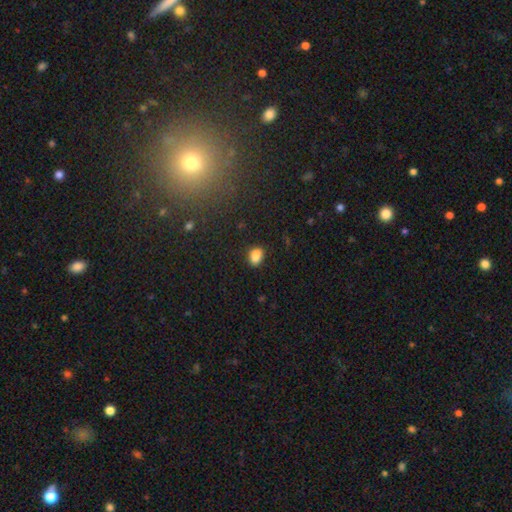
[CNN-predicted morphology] smooth 86%, star or artifact 10%, featured or disk 4%. Down the decision tree: how rounded — in between (73%); merging — none (77%).